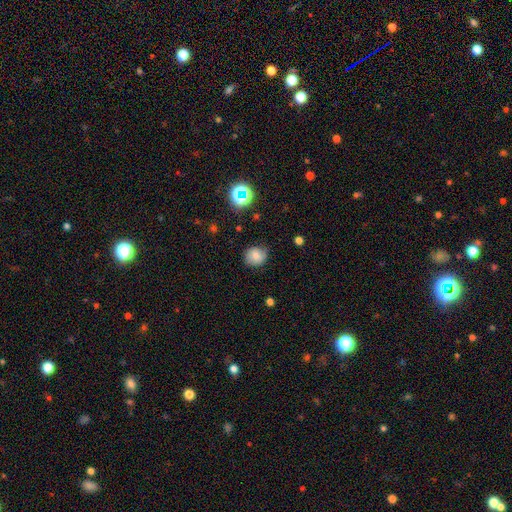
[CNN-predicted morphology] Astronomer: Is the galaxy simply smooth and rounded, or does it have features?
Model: smooth — 71%.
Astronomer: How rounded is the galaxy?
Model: round — 78%.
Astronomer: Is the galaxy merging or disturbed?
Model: none — 71%.